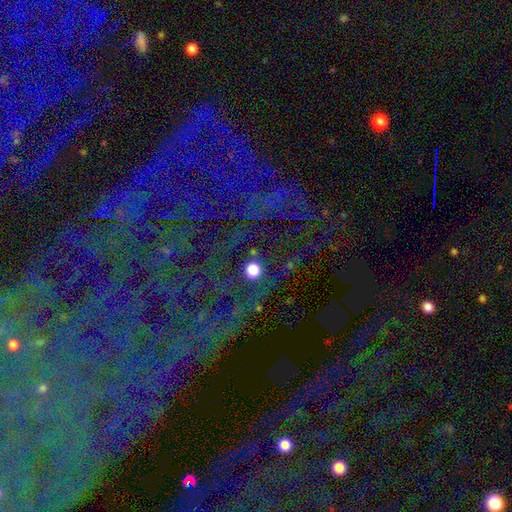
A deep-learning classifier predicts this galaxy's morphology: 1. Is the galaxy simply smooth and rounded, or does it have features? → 80% star or artifact, 11% featured or disk, 9% smooth.